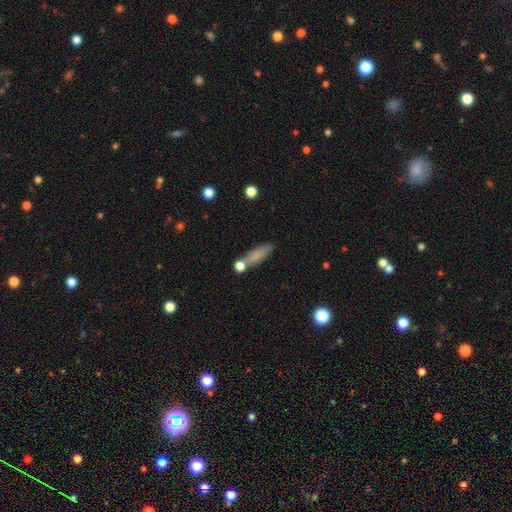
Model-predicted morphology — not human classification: A smooth galaxy with no disk features (78%) that is cigar-shaped (53%).

Vote fractions:
- Smooth or featured? smooth: 78% / featured or disk: 13% / star or artifact: 9%
- How rounded? cigar-shaped: 53% / in between: 44% / round: 4%
- Merging? none: 66% / minor disturbance: 15% / merger: 14% / major disturbance: 5%